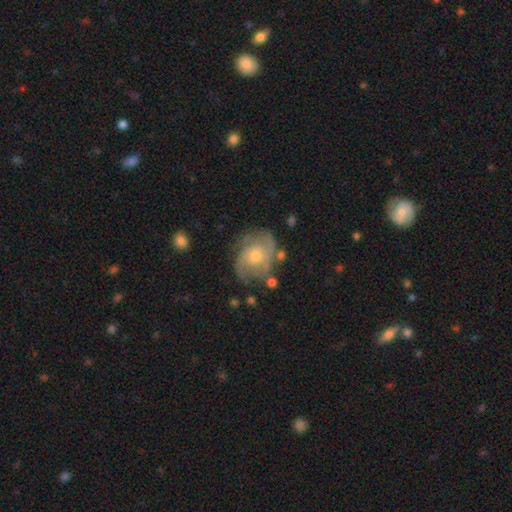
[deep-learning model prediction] Smooth or featured?
  - featured or disk: 77% *
  - smooth: 16%
  - star or artifact: 7%
Edge-on disk?
  - no: 97% *
  - yes: 3%
Bar?
  - no: 74% *
  - weak: 23%
  - strong: 4%
Spiral arms?
  - yes: 91% *
  - no: 9%
Spiral winding?
  - medium: 45% *
  - tight: 38%
  - loose: 17%
Spiral arm count?
  - 2: 48% *
  - can't tell: 20%
  - 3: 20%
  - 4: 5%
  - 1: 4%
  - more than 4: 3%
Bulge size?
  - moderate: 59% *
  - small: 35%
  - large: 3%
  - none: 1%
  - dominant: 1%
Merging?
  - none: 66% *
  - minor disturbance: 21%
  - major disturbance: 9%
  - merger: 4%